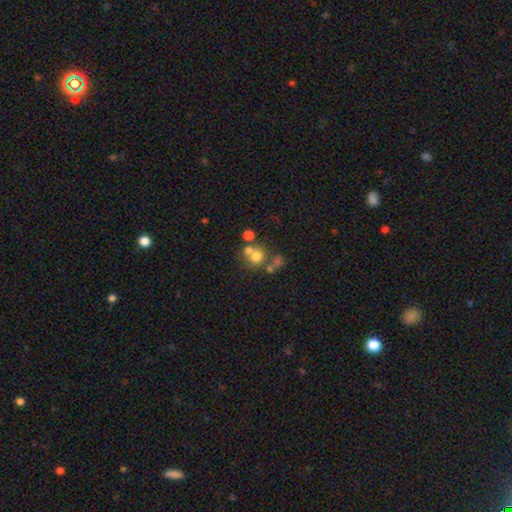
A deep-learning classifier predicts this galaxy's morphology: This is likely a smooth galaxy (62%). How rounded: clearly round (84%). Merging: possibly none (46%).